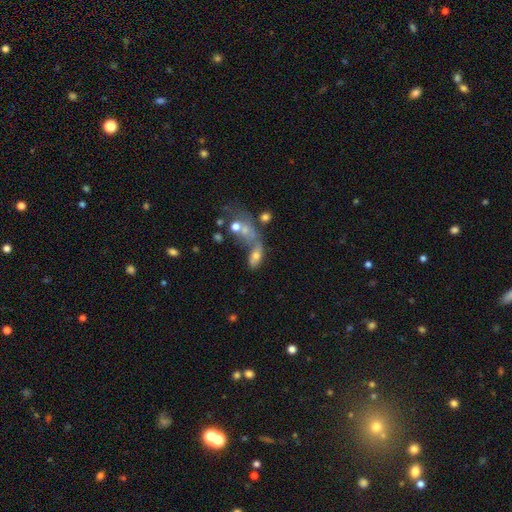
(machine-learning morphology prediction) A smooth galaxy with no disk features (57%) that is in between round and cigar-shaped (81%). Merging: merger (48%).